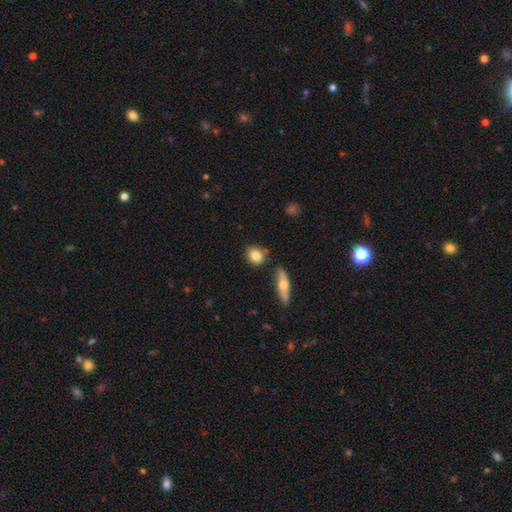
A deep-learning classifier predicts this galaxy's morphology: A smooth galaxy with no disk features (81%) that is in between round and cigar-shaped (50%).

Vote fractions:
- Smooth or featured? smooth: 81% / featured or disk: 12% / star or artifact: 7%
- How rounded? in between: 50% / round: 46% / cigar-shaped: 4%
- Merging? none: 77% / minor disturbance: 12% / merger: 8% / major disturbance: 3%